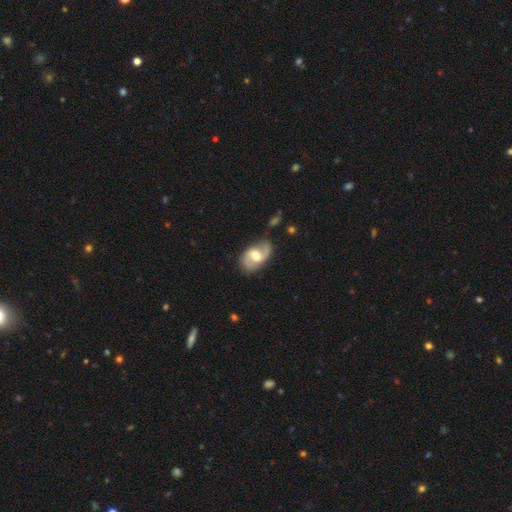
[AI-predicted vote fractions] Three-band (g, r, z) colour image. It shows a featured or disk galaxy (75%) with a weak bar (52%), 2 (88%) loose (43%) spiral arms (91%) and a moderate central bulge (71%). Merging: none (72%).